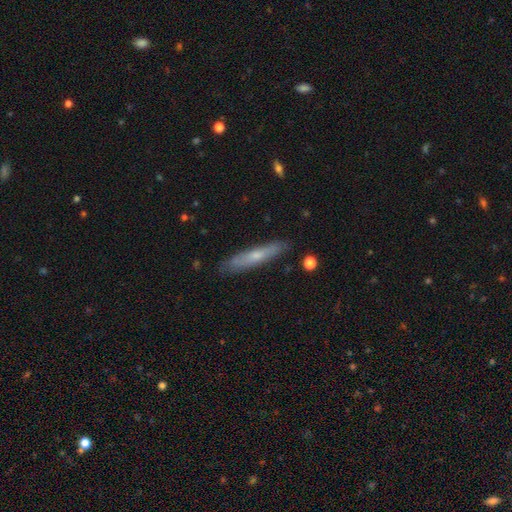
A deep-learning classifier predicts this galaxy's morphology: Overall: smooth (50%; featured or disk 44%). How rounded: cigar-shaped (90%). Merging: none (85%).